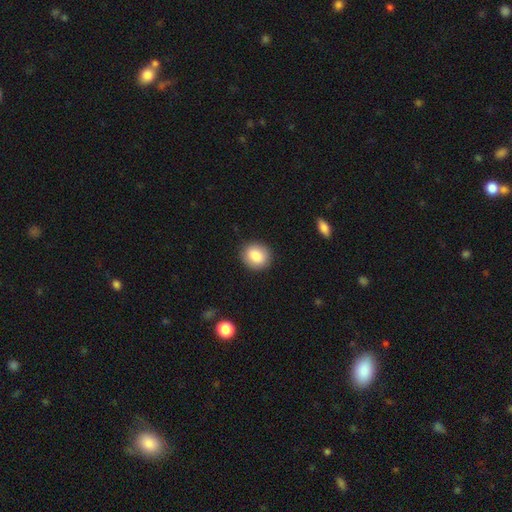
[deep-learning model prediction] A smooth galaxy with no disk features (85%) that is round (76%). Merging: none (89%).